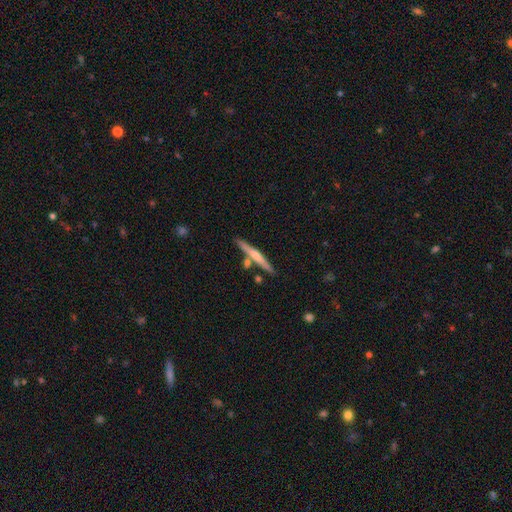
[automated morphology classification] smooth_or_featured: smooth (p=0.48) [alt: featured or disk p=0.46]
merging: none (p=0.75) [alt: merger p=0.12]